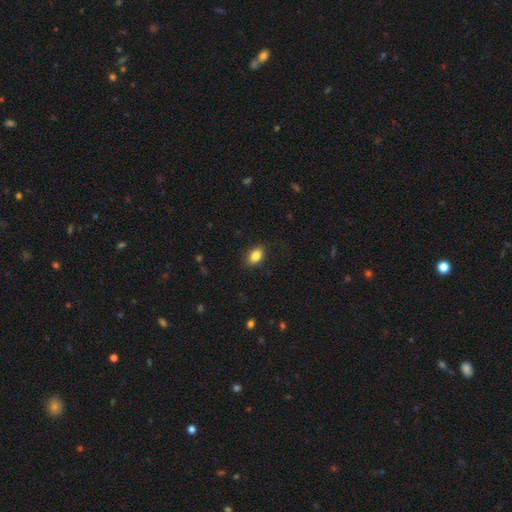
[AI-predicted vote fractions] A smooth galaxy with no disk features (84%) that is in between round and cigar-shaped (84%).

Vote fractions:
- Smooth or featured? smooth: 84% / star or artifact: 9% / featured or disk: 8%
- How rounded? in between: 84% / round: 13% / cigar-shaped: 2%
- Merging? none: 85% / minor disturbance: 11% / major disturbance: 3% / merger: 1%